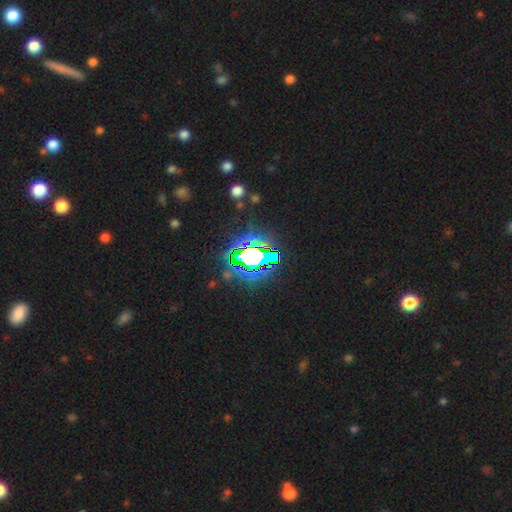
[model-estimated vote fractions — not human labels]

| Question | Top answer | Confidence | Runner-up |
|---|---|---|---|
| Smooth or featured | star or artifact | 85% | smooth (9%) |